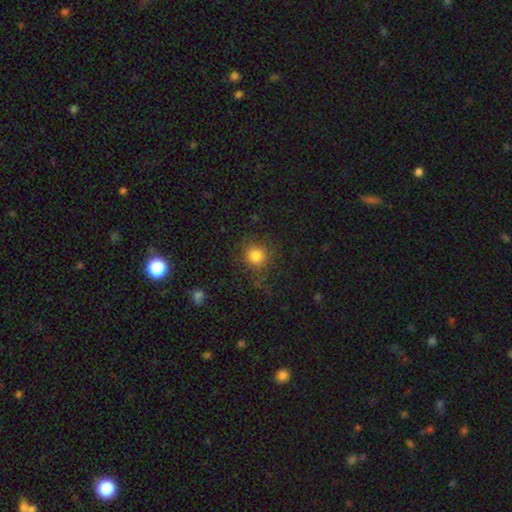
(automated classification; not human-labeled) smooth_or_featured: smooth (p=0.82) [alt: star or artifact p=0.12]
how_rounded: round (p=0.90) [alt: in between p=0.09]
merging: none (p=0.81) [alt: minor disturbance p=0.12]